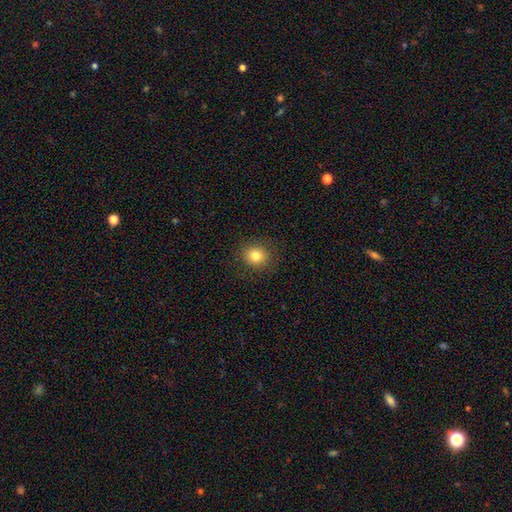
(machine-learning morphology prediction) type=smooth (81%); roundness=round (80%); merging=none (88%).